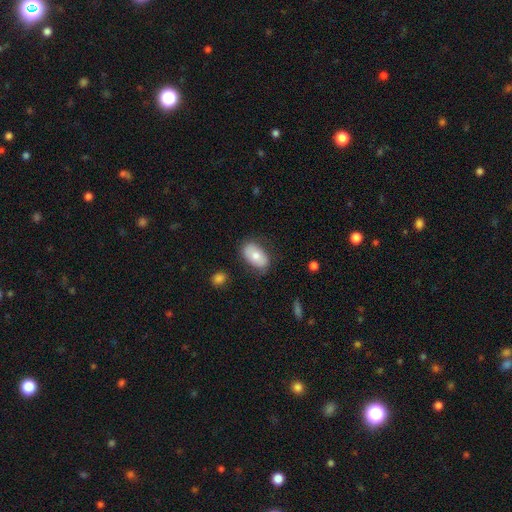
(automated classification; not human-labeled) Overall: smooth (71%). How rounded: in between (93%). Merging: none (75%).